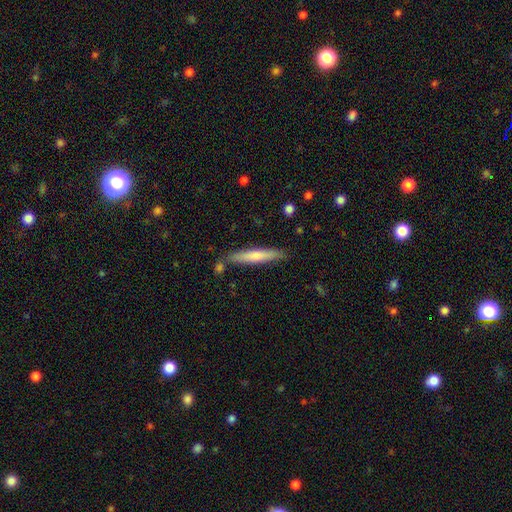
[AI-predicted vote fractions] smooth_or_featured: smooth (p=0.61) [alt: featured or disk p=0.33]
how_rounded: cigar-shaped (p=0.93) [alt: in between p=0.06]
merging: none (p=0.84) [alt: minor disturbance p=0.10]